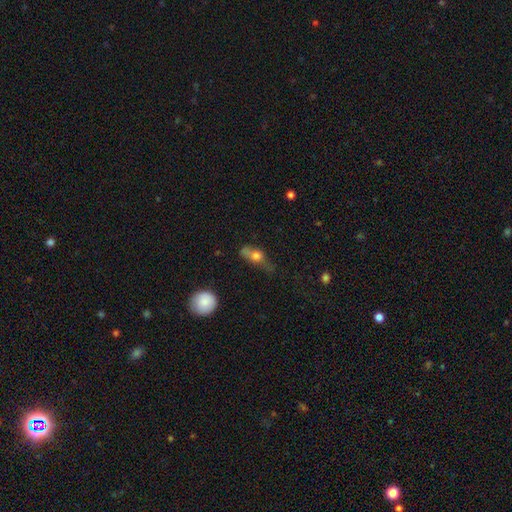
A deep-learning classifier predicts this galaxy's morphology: smooth-or-featured: smooth: 62% | featured or disk: 28% | star or artifact: 10%
  how-rounded: in between: 60% | cigar-shaped: 25% | round: 15%
  merging: none: 41% | minor disturbance: 31% | major disturbance: 21% | merger: 6%